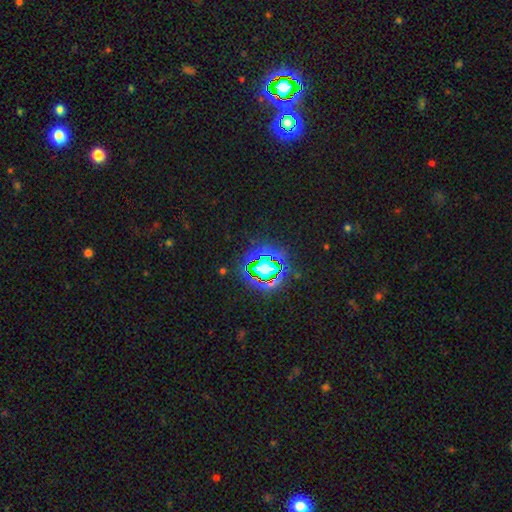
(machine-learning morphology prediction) type=star or artifact (82%).